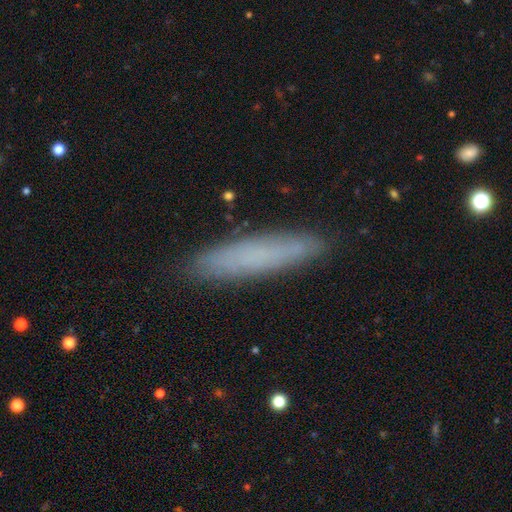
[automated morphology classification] The model was most divided on "smooth or featured": smooth: 69%, featured or disk: 22%, star or artifact: 9%. More confident: merging — none (88%); how rounded — cigar-shaped (86%).